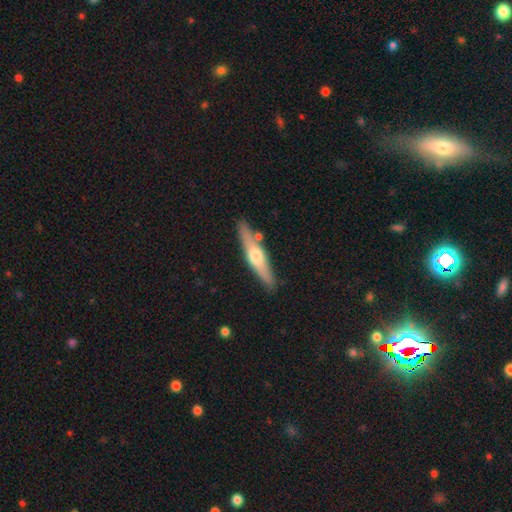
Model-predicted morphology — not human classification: This appears to be a featured or disk galaxy (54%) viewed edge-on (92%) with a rounded central bulge (91%). Merging: none (83%).